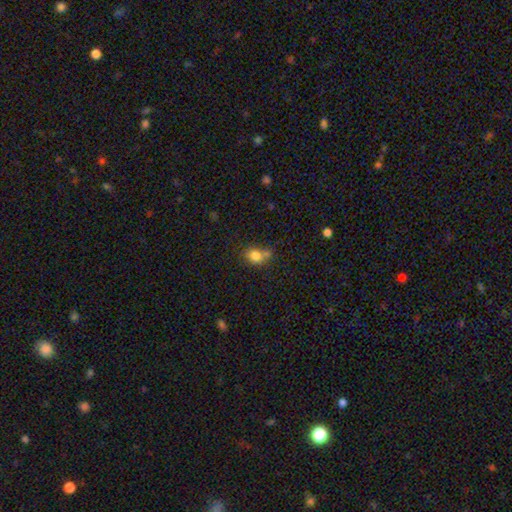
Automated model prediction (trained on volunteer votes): This is clearly a smooth galaxy (80%). How rounded: possibly round (53%). Merging: possibly none (46%).